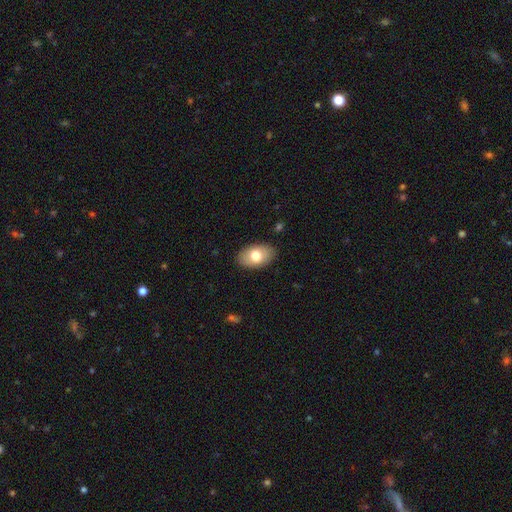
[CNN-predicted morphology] smooth 73%, featured or disk 20%, star or artifact 7%. Down the decision tree: how rounded — in between (90%); merging — none (87%).